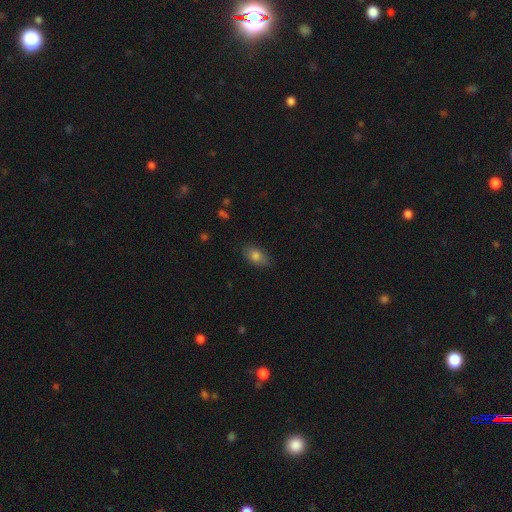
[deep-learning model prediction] Smooth or featured?
  - smooth: 81% *
  - featured or disk: 11%
  - star or artifact: 8%
How rounded?
  - in between: 90% *
  - round: 8%
  - cigar-shaped: 3%
Merging?
  - none: 82% *
  - minor disturbance: 14%
  - major disturbance: 3%
  - merger: 1%